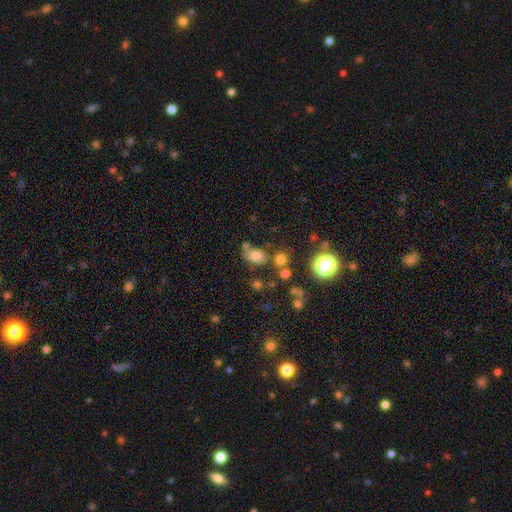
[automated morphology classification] smooth_or_featured: smooth (p=0.73) [alt: star or artifact p=0.16]
how_rounded: in between (p=0.74) [alt: round p=0.24]
merging: none (p=0.60) [alt: minor disturbance p=0.18]